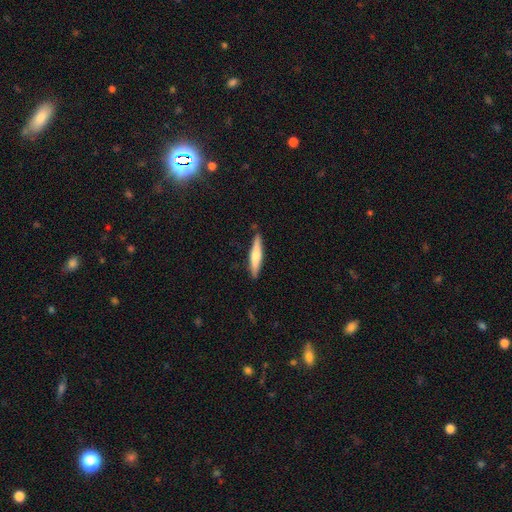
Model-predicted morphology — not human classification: smooth_or_featured: smooth (p=0.58) [alt: featured or disk p=0.37]
how_rounded: cigar-shaped (p=0.89) [alt: in between p=0.10]
merging: none (p=0.87) [alt: minor disturbance p=0.09]